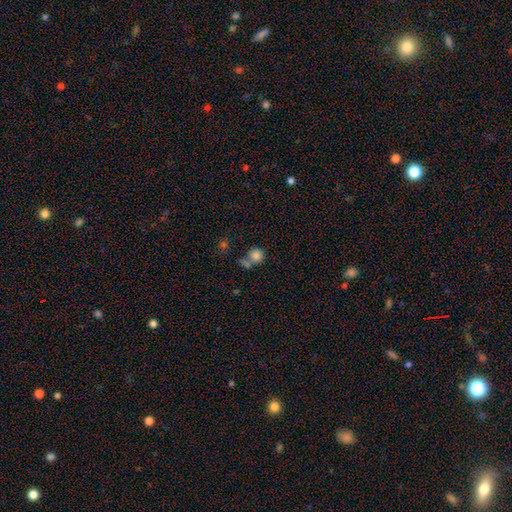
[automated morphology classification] smooth_or_featured: smooth (p=0.81) [alt: star or artifact p=0.11]
how_rounded: round (p=0.85) [alt: in between p=0.14]
merging: none (p=0.42) [alt: merger p=0.39]